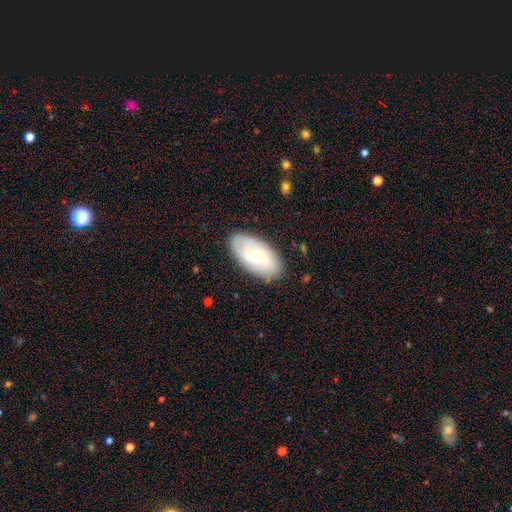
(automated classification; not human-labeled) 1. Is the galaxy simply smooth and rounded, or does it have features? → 59% featured or disk, 36% smooth, 6% star or artifact.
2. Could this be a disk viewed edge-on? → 92% no, 8% yes.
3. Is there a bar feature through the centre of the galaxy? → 50% no, 41% weak, 9% strong.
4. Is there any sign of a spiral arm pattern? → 79% yes, 21% no.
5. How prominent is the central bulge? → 63% moderate, 29% small, 5% large, 1% none, 1% dominant.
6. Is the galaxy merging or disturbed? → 84% none, 11% minor disturbance, 3% major disturbance, 1% merger.